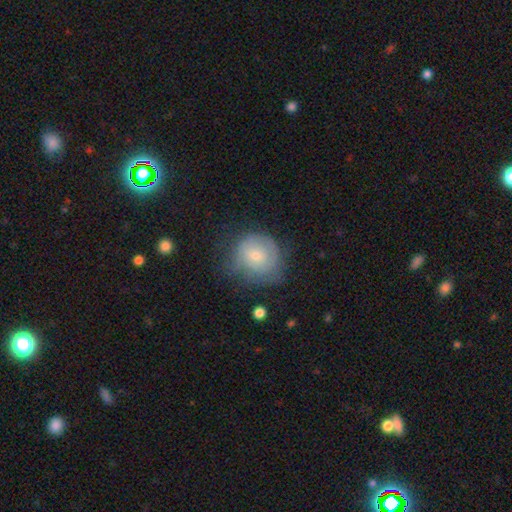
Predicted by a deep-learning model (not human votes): Smooth or featured?
  - smooth: 46% *
  - featured or disk: 45%
  - star or artifact: 9%
Merging?
  - none: 58% *
  - minor disturbance: 27%
  - major disturbance: 13%
  - merger: 2%